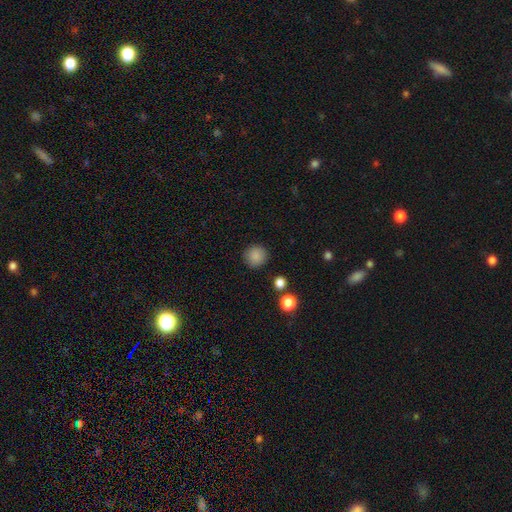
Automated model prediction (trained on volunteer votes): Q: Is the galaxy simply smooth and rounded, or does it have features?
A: smooth — 86%.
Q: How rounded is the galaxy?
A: round — 93%.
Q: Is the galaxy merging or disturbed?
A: none — 89%.